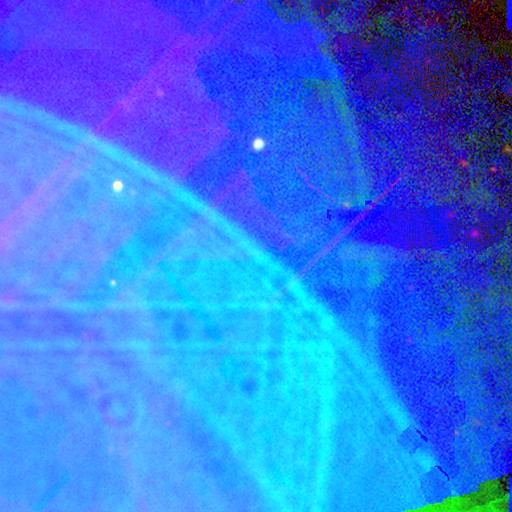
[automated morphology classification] Overall: star or artifact (90%).